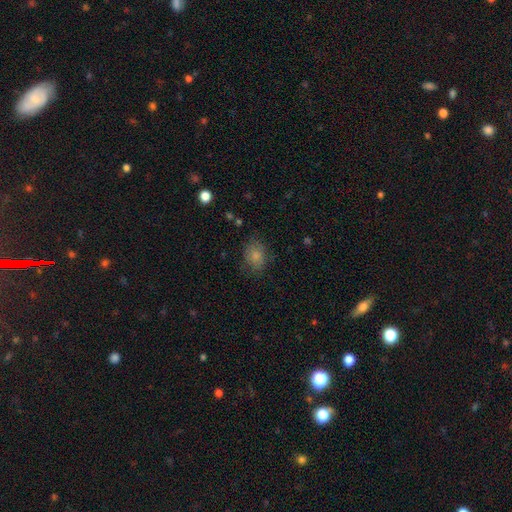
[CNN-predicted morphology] Smooth or featured?
  - smooth: 82% *
  - star or artifact: 10%
  - featured or disk: 8%
How rounded?
  - in between: 59% *
  - round: 40%
  - cigar-shaped: 1%
Merging?
  - none: 73% *
  - minor disturbance: 19%
  - major disturbance: 7%
  - merger: 2%